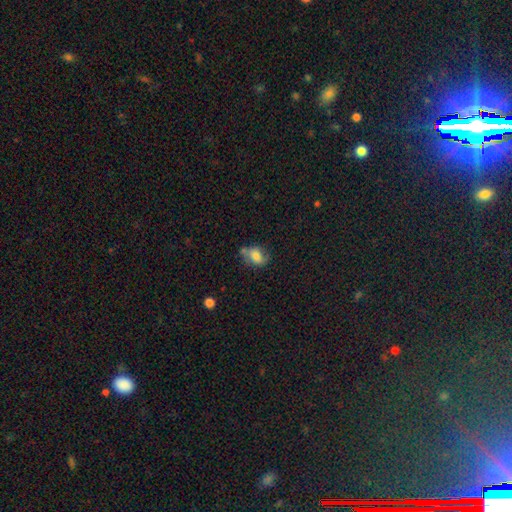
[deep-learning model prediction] The model was most divided on "merging": none: 52%, minor disturbance: 29%, major disturbance: 11%, merger: 9%. More confident: how rounded — in between (75%); smooth or featured — smooth (61%).